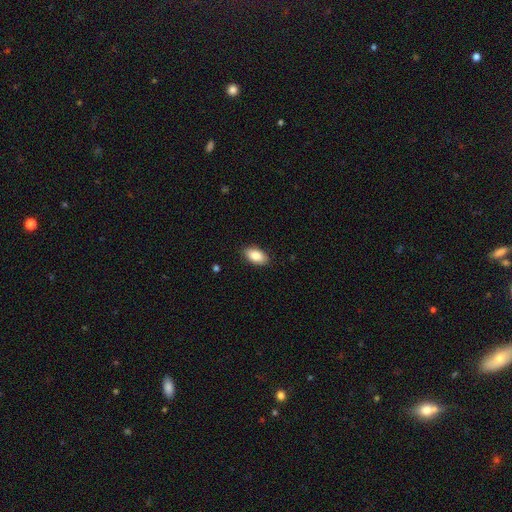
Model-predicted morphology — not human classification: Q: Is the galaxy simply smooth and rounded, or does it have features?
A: smooth — 86%.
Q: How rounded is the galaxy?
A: in between — 93%.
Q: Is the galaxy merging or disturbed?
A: none — 88%.